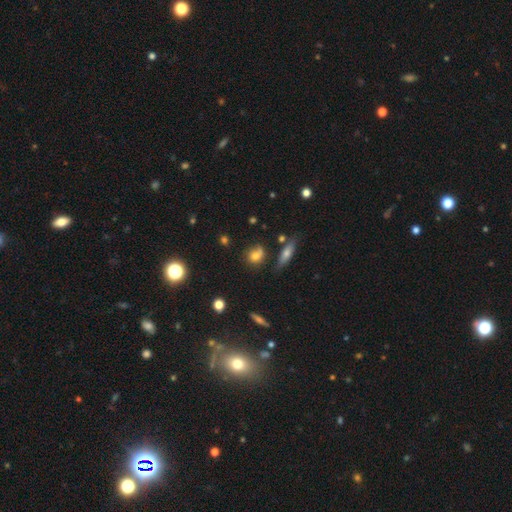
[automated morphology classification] This is likely a smooth galaxy (71%). How rounded: likely round (69%). Merging: likely none (62%).